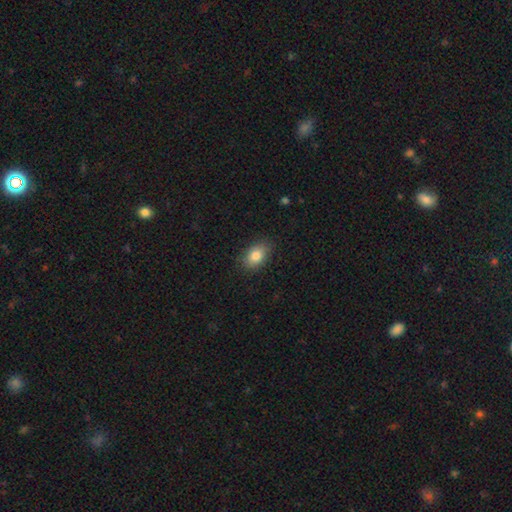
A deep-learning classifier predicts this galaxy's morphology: Smooth or featured?
  - smooth: 83% *
  - featured or disk: 9%
  - star or artifact: 8%
How rounded?
  - in between: 85% *
  - round: 13%
  - cigar-shaped: 2%
Merging?
  - none: 83% *
  - minor disturbance: 13%
  - major disturbance: 3%
  - merger: 1%